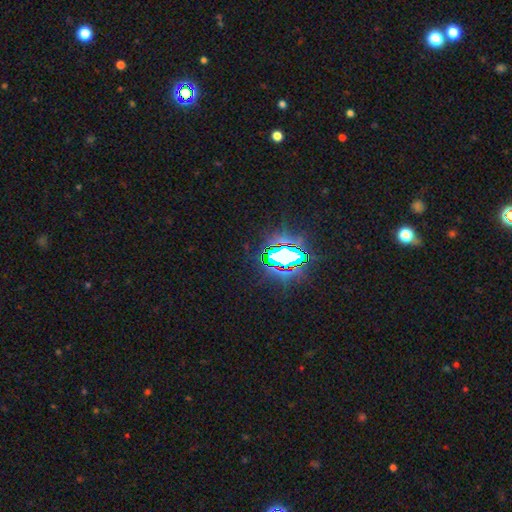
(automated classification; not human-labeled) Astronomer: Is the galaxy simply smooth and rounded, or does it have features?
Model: star or artifact — 83%.